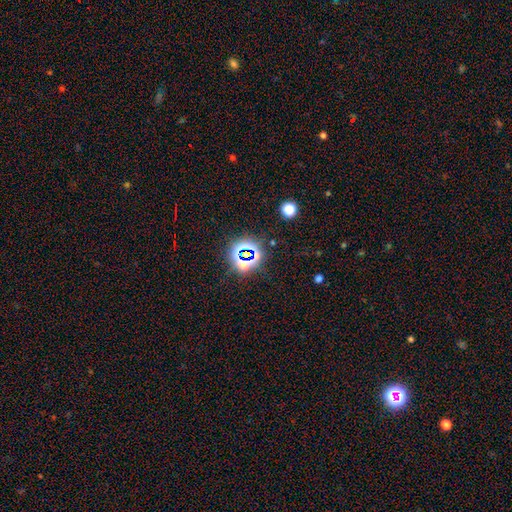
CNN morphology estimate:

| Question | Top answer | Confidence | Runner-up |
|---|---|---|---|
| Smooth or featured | star or artifact | 72% | smooth (19%) |